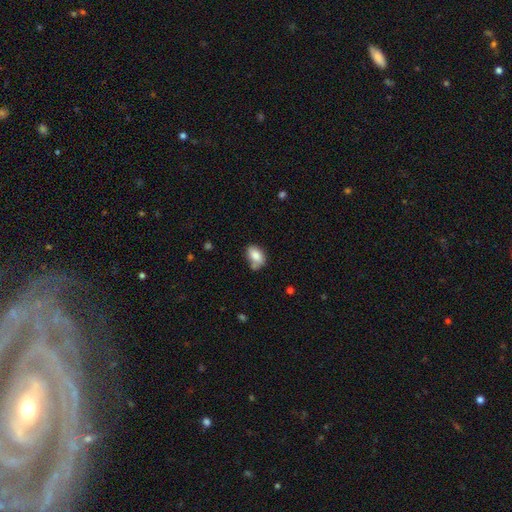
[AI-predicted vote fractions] The model was most divided on "merging": none: 50%, minor disturbance: 28%, merger: 13%, major disturbance: 8%. More confident: how rounded — in between (87%); smooth or featured — smooth (81%).